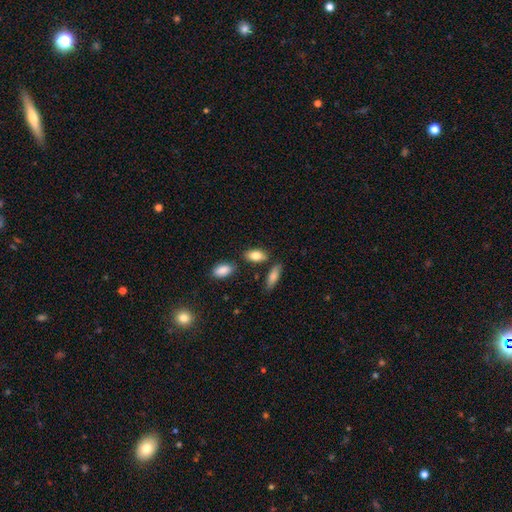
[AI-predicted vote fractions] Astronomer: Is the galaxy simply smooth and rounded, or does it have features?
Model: smooth — 82%.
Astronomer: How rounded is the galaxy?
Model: in between — 89%.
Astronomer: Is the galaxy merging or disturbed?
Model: none — 76%.